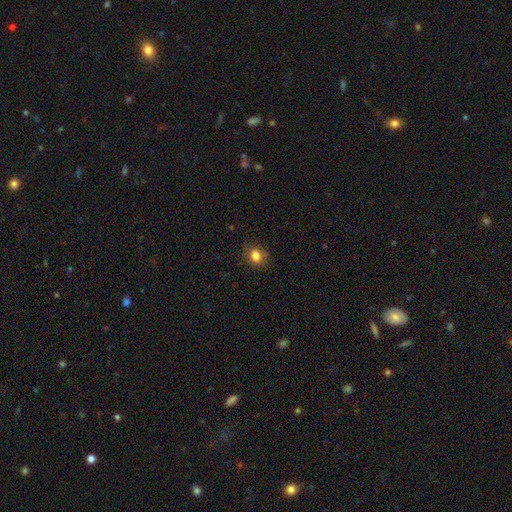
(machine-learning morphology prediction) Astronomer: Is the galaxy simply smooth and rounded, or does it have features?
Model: smooth — 82%.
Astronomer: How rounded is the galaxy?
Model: round — 50% (runner-up: in between, 48%).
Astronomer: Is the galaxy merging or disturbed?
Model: none — 83%.